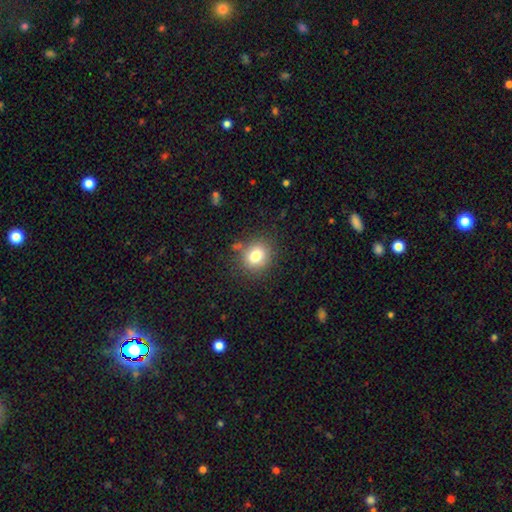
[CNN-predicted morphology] The model was most divided on "how rounded": round: 75%, in between: 24%, cigar-shaped: 1%. More confident: merging — none (82%); smooth or featured — smooth (79%).